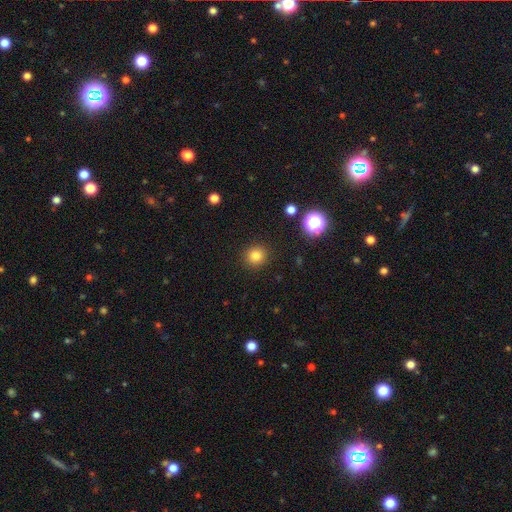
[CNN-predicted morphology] This appears to be a smooth galaxy with no disk features (82%) that is round (92%). Merging: none (91%).